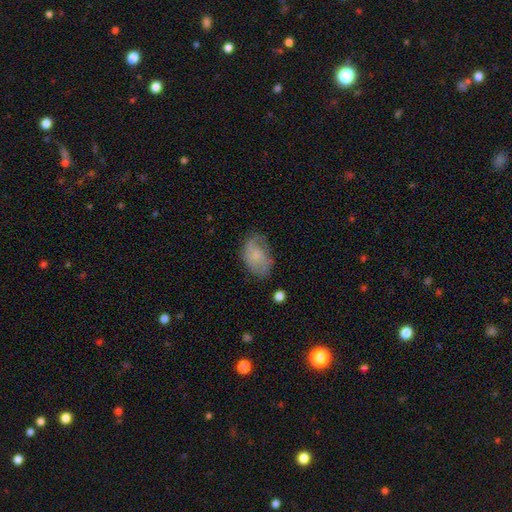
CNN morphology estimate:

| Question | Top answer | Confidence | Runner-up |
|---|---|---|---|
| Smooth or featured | smooth | 49% | featured or disk (42%) |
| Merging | none | 59% | minor disturbance (27%) |